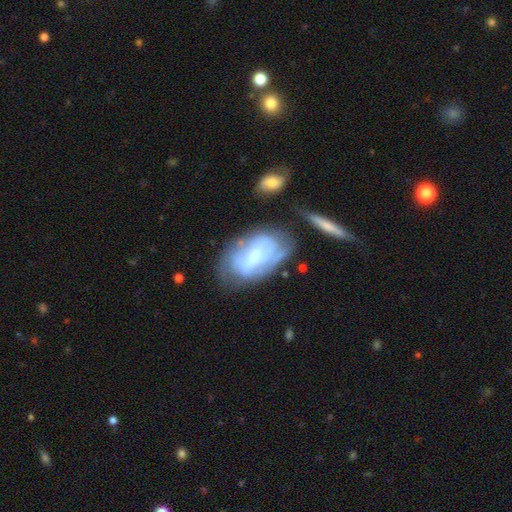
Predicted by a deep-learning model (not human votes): smooth_or_featured: featured or disk (p=0.68) [alt: smooth p=0.24]
disk_edge_on: no (p=0.93) [alt: yes p=0.07]
bar: weak (p=0.42) [alt: no p=0.35]
has_spiral_arms: yes (p=0.73) [alt: no p=0.27]
bulge_size: small (p=0.63) [alt: moderate p=0.27]
merging: none (p=0.53) [alt: minor disturbance p=0.25]